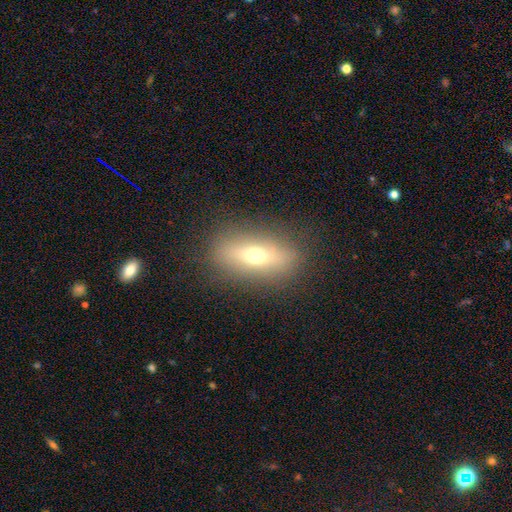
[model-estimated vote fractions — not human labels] smooth_or_featured: smooth (p=0.50) [alt: featured or disk p=0.39]
merging: none (p=0.84) [alt: minor disturbance p=0.10]